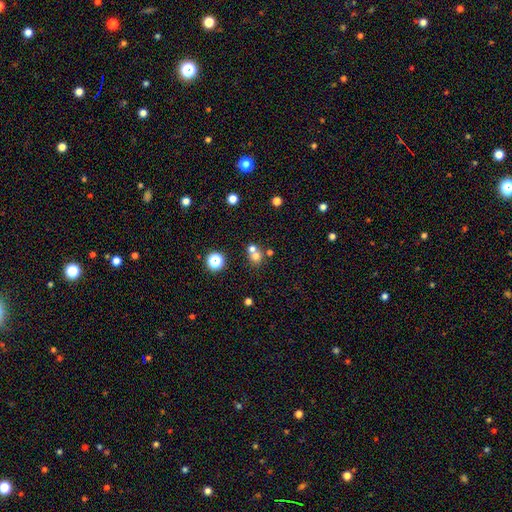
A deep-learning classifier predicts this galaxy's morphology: Smooth or featured? Predicted: smooth (p=0.67). How rounded? Predicted: round (p=0.84). Merging? Predicted: merger (p=0.46).